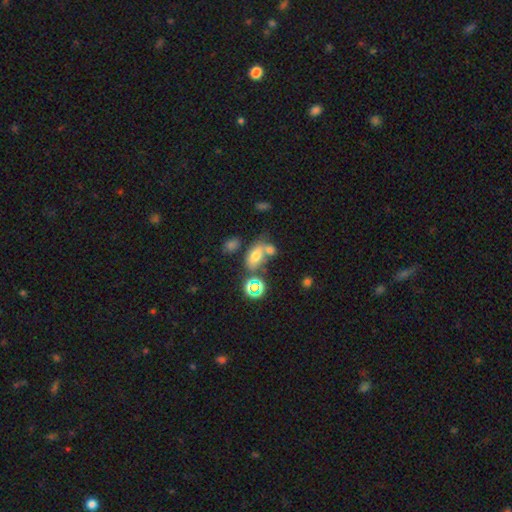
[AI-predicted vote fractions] Morphology: type=smooth (61%); roundness=in between (82%); merging=none (41%).